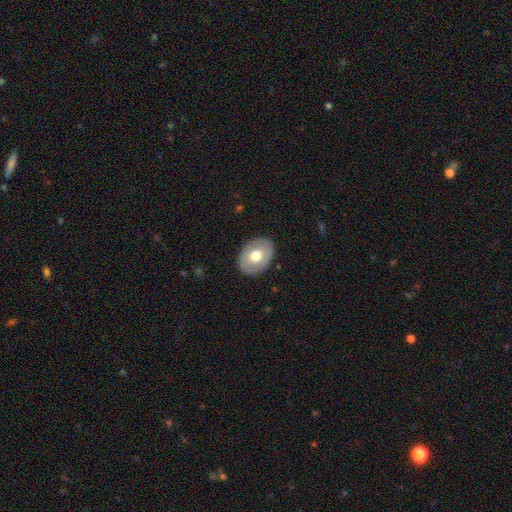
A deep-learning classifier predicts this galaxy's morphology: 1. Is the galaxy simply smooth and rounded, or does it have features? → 62% smooth, 32% featured or disk, 6% star or artifact.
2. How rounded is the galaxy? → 73% in between, 26% round, 1% cigar-shaped.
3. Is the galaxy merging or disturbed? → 87% none, 10% minor disturbance, 3% major disturbance, 1% merger.